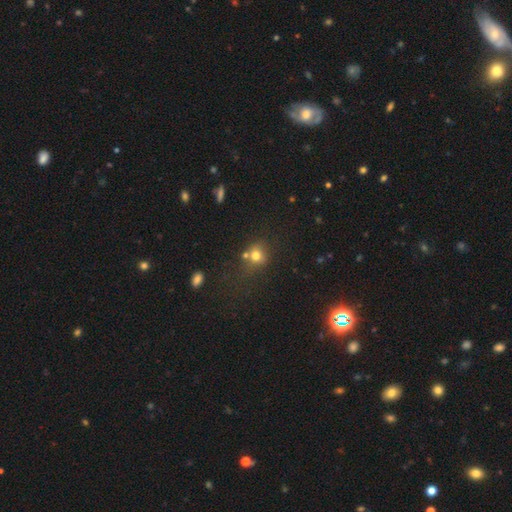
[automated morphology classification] A smooth galaxy with no disk features (72%) that is round (77%). Merging: none (55%).